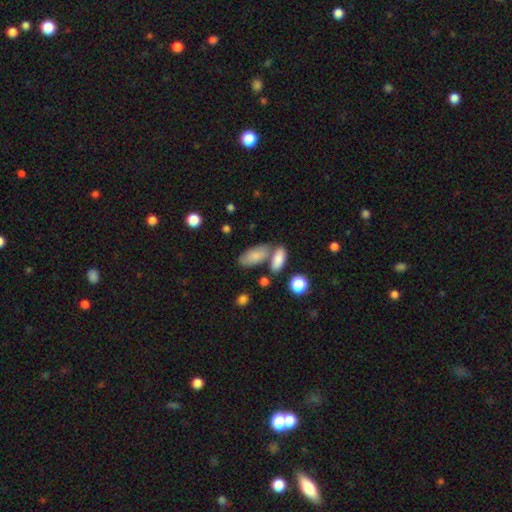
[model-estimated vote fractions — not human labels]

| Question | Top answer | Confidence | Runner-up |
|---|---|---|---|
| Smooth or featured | smooth | 82% | featured or disk (11%) |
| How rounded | in between | 89% | cigar-shaped (8%) |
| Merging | none | 55% | merger (26%) |